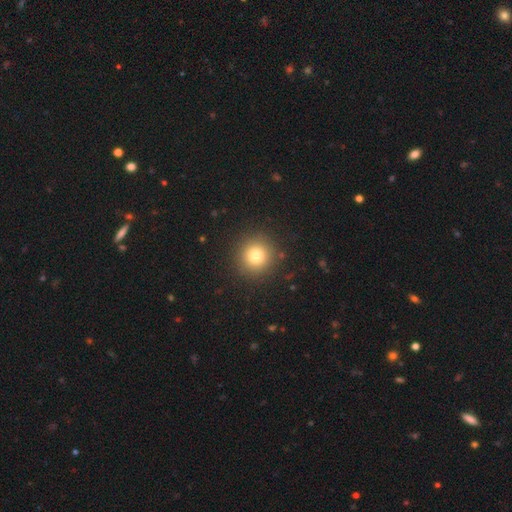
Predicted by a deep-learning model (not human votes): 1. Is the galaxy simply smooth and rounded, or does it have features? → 79% smooth, 13% star or artifact, 8% featured or disk.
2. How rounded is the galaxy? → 94% round, 5% in between, 1% cigar-shaped.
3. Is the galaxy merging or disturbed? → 90% none, 6% minor disturbance, 3% major disturbance, 1% merger.